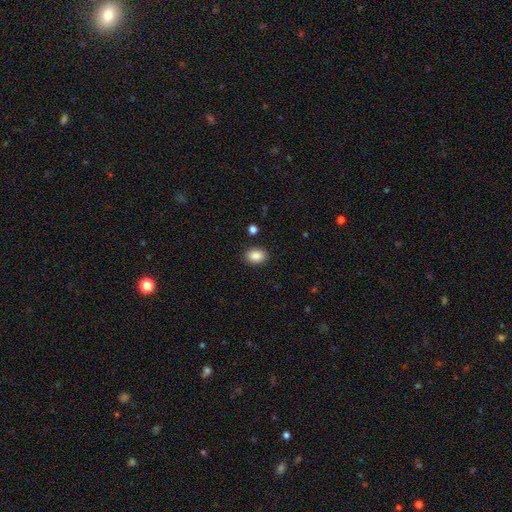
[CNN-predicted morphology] This appears to be a smooth galaxy with no disk features (87%) that is in between round and cigar-shaped (74%). Merging: none (88%).